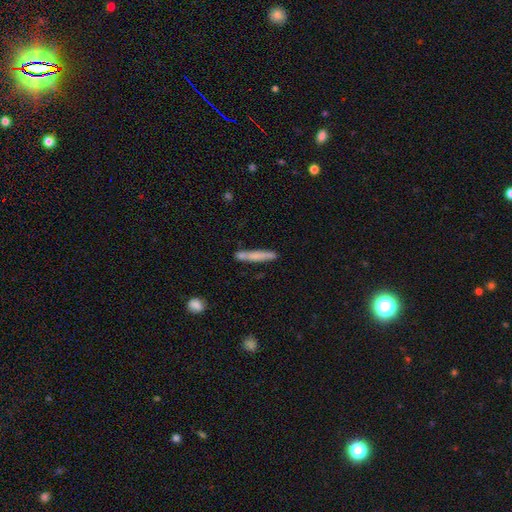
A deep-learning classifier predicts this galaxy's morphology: Smooth or featured? smooth (67%)
How rounded? cigar-shaped (95%)
Merging? none (76%)